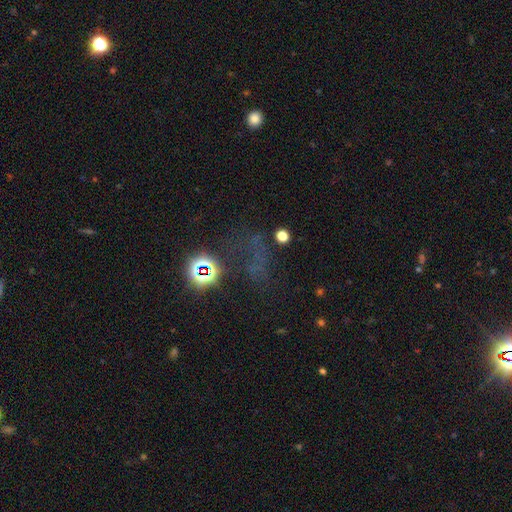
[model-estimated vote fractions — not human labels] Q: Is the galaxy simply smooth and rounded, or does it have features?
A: star or artifact — 67%.